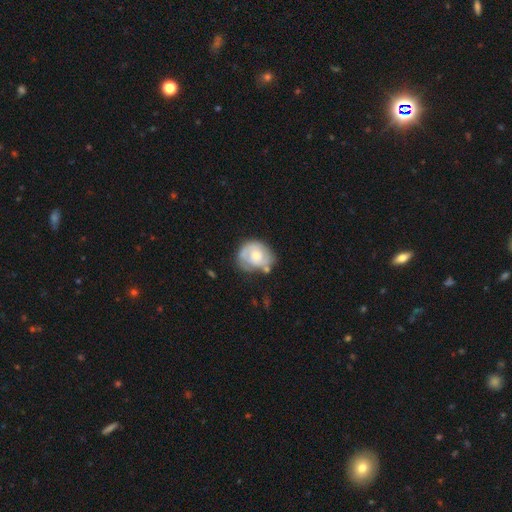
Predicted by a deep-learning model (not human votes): The model was most divided on "bulge size": moderate: 47%, small: 43%, large: 5%, none: 3%, dominant: 1%. More confident: edge-on disk — no (97%); bar — no (77%); spiral arms — yes (76%); smooth or featured — featured or disk (62%); merging — none (59%).